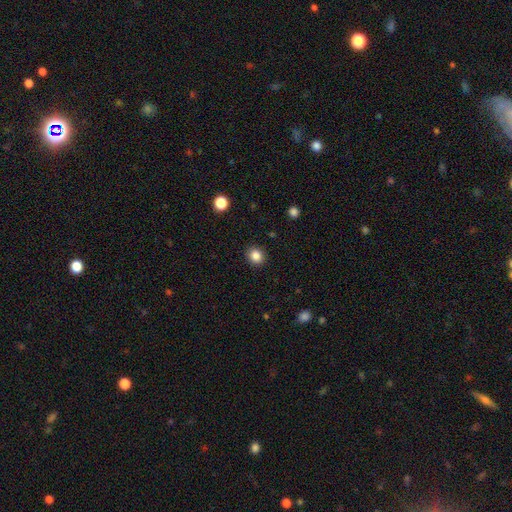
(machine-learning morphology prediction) A smooth galaxy with no disk features (85%) that is round (79%).

Vote fractions:
- Smooth or featured? smooth: 85% / star or artifact: 11% / featured or disk: 4%
- How rounded? round: 79% / in between: 20% / cigar-shaped: 1%
- Merging? none: 91% / minor disturbance: 6% / major disturbance: 2% / merger: 1%